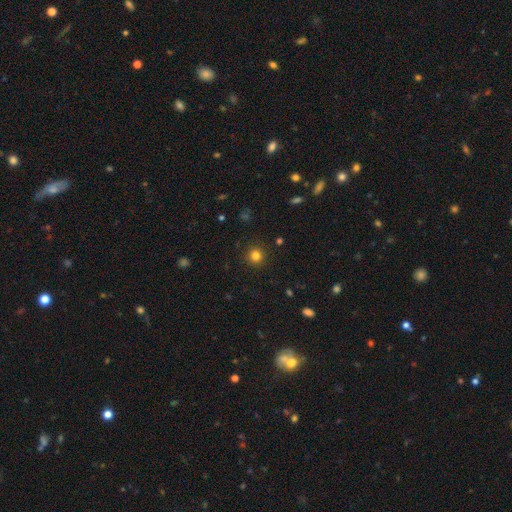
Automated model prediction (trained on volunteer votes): Smooth or featured? smooth (81%)
How rounded? round (94%)
Merging? none (91%)